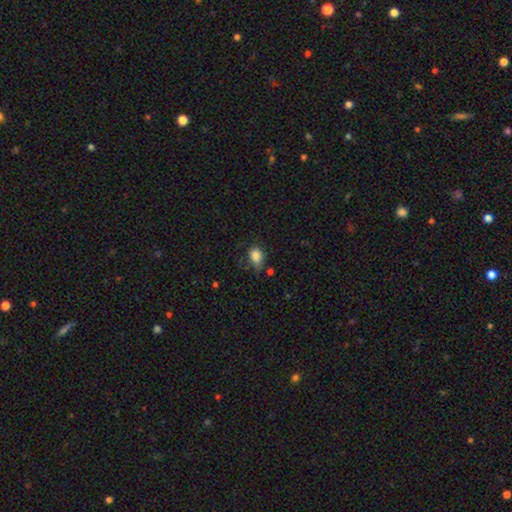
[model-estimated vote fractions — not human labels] The model was most divided on "merging": none: 49%, minor disturbance: 35%, major disturbance: 12%, merger: 4%. More confident: smooth or featured — smooth (83%); how rounded — in between (67%).